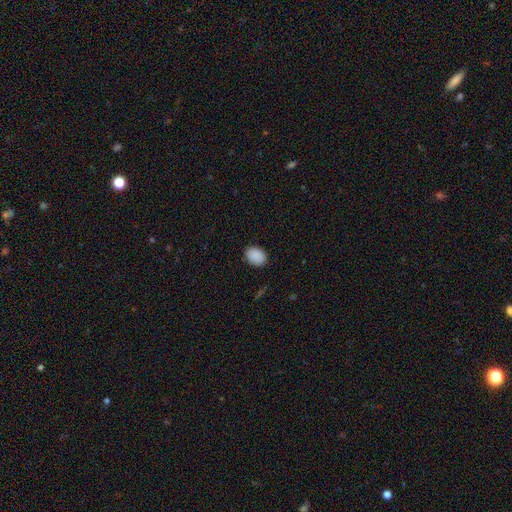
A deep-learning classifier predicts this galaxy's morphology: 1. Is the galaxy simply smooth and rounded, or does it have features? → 90% smooth, 8% star or artifact, 3% featured or disk.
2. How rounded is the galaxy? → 70% in between, 29% round, 1% cigar-shaped.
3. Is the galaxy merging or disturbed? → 88% none, 9% minor disturbance, 2% major disturbance, 1% merger.